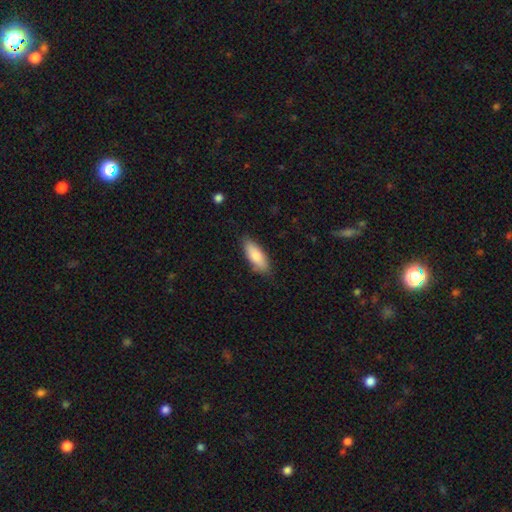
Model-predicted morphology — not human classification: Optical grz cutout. It shows a smooth galaxy with no disk features (82%) that is in between round and cigar-shaped (71%). Merging: none (83%).